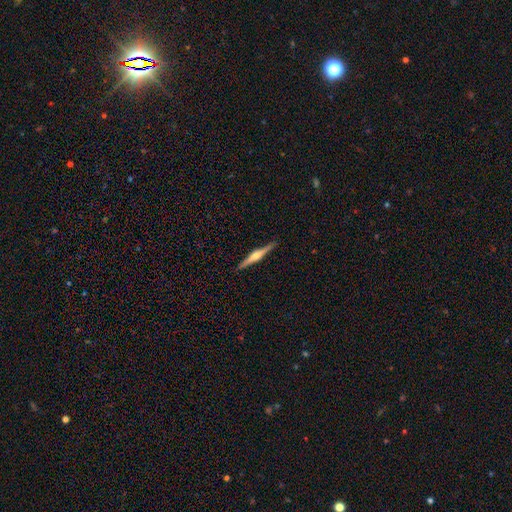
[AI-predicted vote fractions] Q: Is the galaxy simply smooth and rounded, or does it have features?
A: featured or disk — 74%.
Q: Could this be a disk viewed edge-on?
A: yes — 98%.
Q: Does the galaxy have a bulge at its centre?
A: rounded — 88%.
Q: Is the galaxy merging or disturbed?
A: none — 91%.